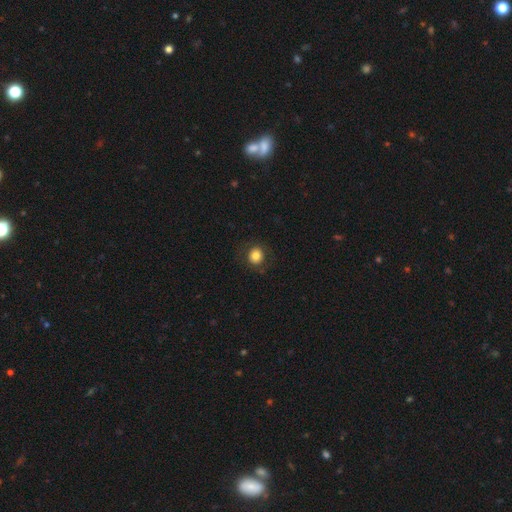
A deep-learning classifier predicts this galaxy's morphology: This is clearly a smooth galaxy (81%). How rounded: clearly round (86%). Merging: clearly none (85%).